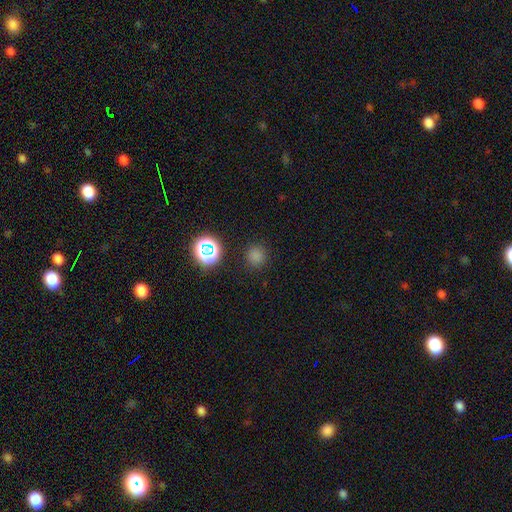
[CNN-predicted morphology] This is likely a smooth galaxy (74%). How rounded: clearly round (92%). Merging: clearly none (88%).